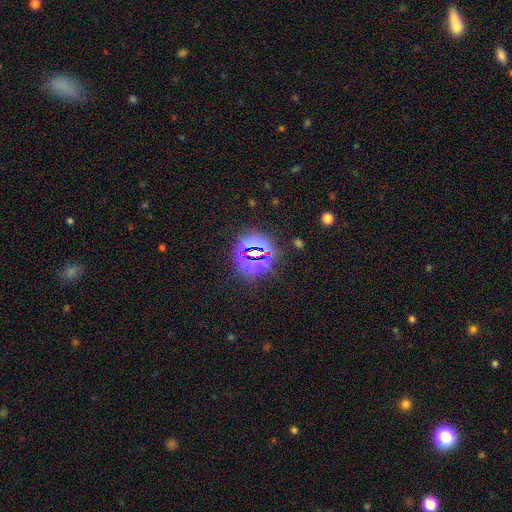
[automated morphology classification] This is likely a star or artifact rather than a galaxy (76%).